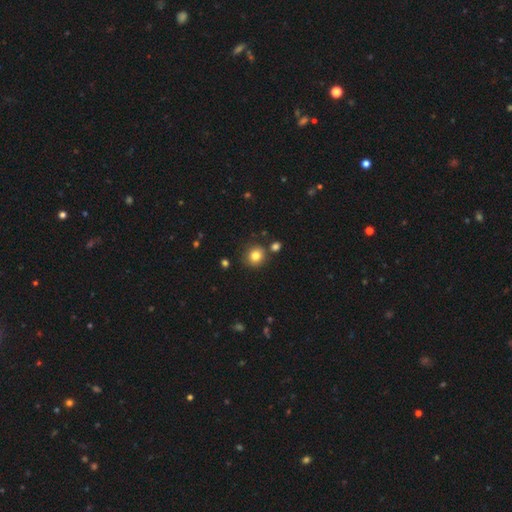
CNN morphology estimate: smooth_or_featured: smooth (p=0.81) [alt: star or artifact p=0.12]
how_rounded: round (p=0.86) [alt: in between p=0.14]
merging: none (p=0.81) [alt: minor disturbance p=0.09]